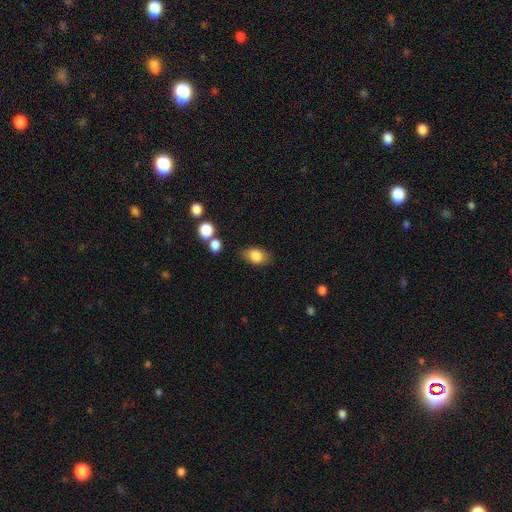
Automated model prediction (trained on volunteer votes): Smooth or featured: smooth — 83% (featured or disk — 9%)
How rounded: in between — 85% (round — 13%)
Merging: none — 76% (minor disturbance — 15%)